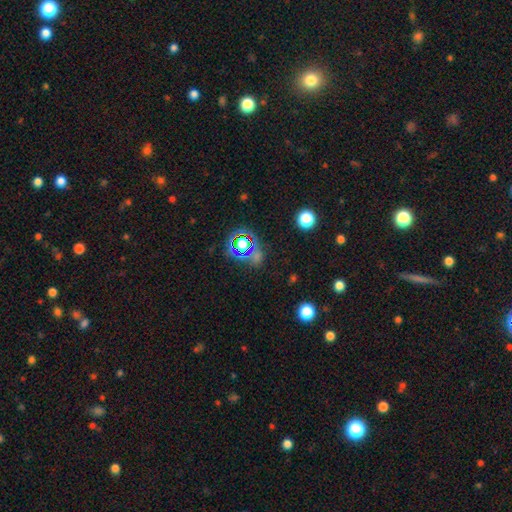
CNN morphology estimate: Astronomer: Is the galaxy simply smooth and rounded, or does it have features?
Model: star or artifact — 67%.